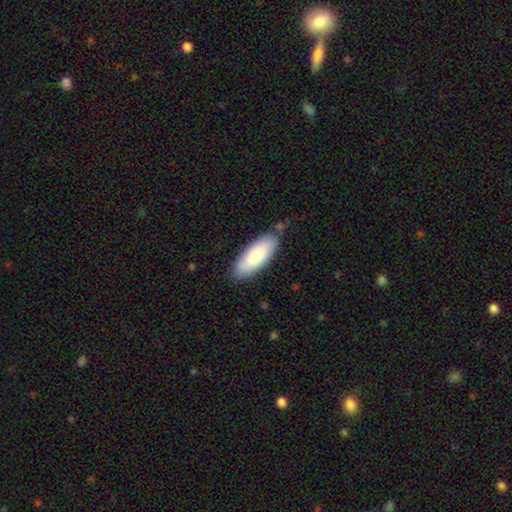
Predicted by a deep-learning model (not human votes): Morphology: type=smooth (84%); roundness=in between (73%); merging=none (81%).